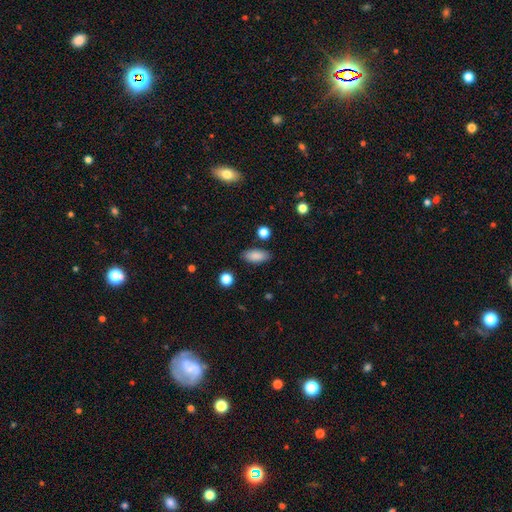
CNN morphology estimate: smooth_or_featured: smooth (p=0.87) [alt: star or artifact p=0.08]
how_rounded: in between (p=0.86) [alt: cigar-shaped p=0.11]
merging: none (p=0.86) [alt: minor disturbance p=0.10]